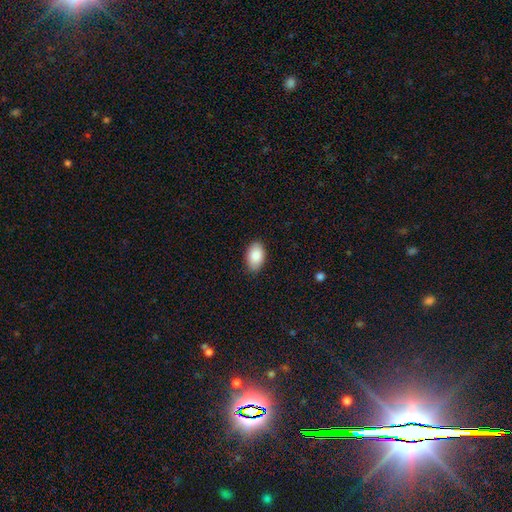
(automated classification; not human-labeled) Overall: smooth (87%). How rounded: in between (92%). Merging: none (86%).